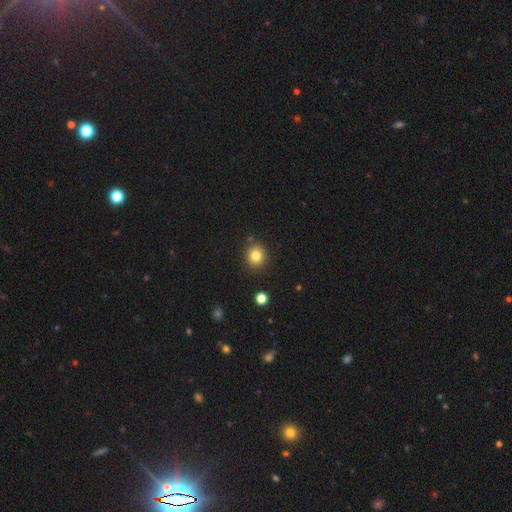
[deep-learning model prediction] Smooth or featured? Predicted: smooth (p=0.81). How rounded? Predicted: round (p=0.85). Merging? Predicted: none (p=0.85).